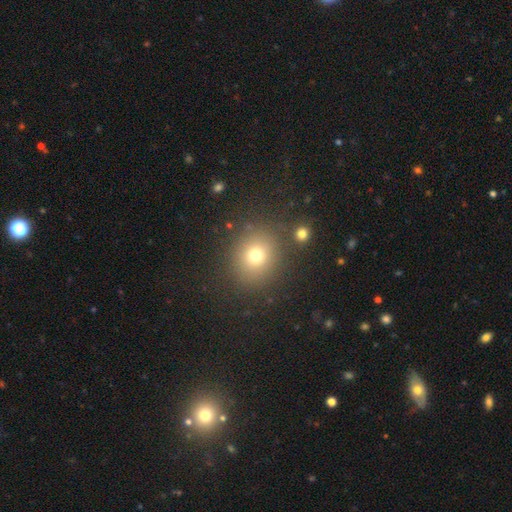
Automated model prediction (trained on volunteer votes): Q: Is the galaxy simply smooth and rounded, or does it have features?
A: smooth — 73%.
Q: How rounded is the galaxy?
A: round — 81%.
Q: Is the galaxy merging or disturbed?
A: none — 85%.